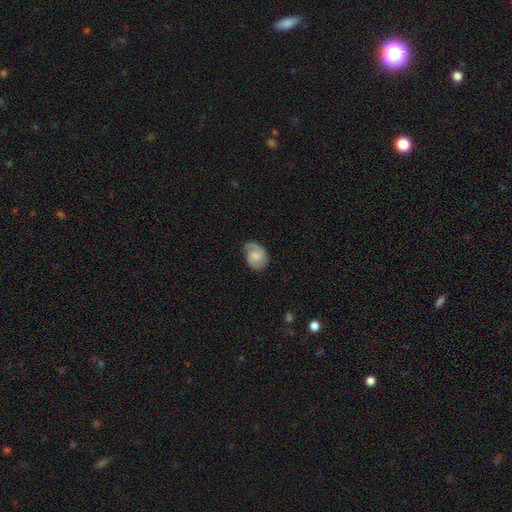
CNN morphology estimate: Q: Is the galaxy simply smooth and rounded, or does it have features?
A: featured or disk — 71%.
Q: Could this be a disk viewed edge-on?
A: no — 98%.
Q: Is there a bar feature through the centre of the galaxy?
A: no — 52%.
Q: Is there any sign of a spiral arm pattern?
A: yes — 94%.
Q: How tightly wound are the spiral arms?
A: medium — 46%.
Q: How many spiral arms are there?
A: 2 — 72%.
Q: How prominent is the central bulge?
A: moderate — 40%.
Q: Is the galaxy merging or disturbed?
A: none — 66%.